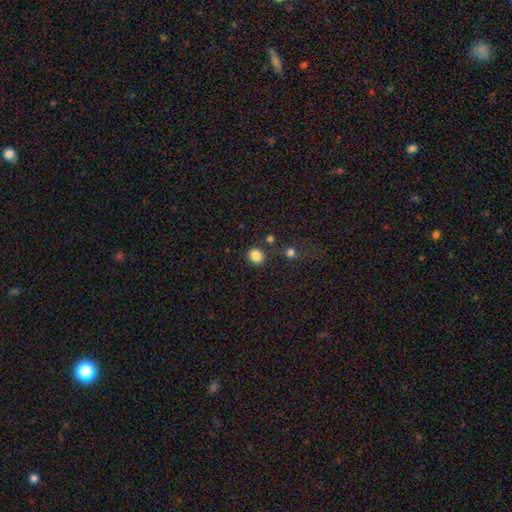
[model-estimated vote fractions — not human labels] Q: Smooth or featured?
A: smooth (84%); runner-up: star or artifact (11%)
Q: How rounded?
A: round (83%); runner-up: in between (16%)
Q: Merging?
A: none (85%); runner-up: minor disturbance (8%)